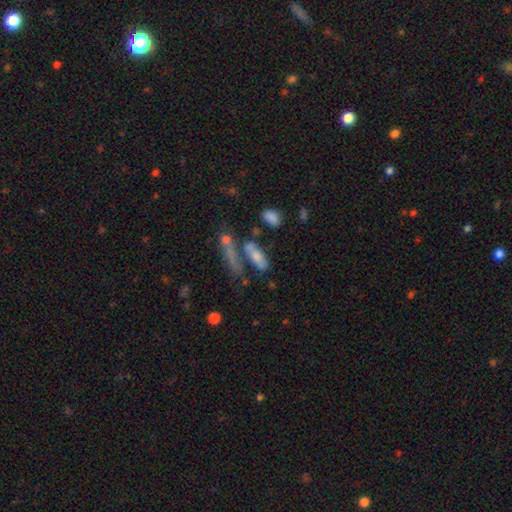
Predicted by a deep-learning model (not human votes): The model was most divided on "merging": none: 37%, merger: 29%, minor disturbance: 17%, major disturbance: 17%. More confident: smooth or featured — smooth (63%); how rounded — in between (61%).